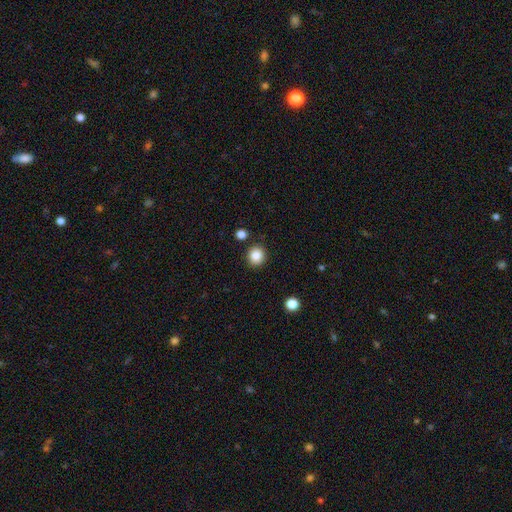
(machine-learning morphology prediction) smooth_or_featured: smooth (p=0.86) [alt: star or artifact p=0.10]
how_rounded: round (p=0.86) [alt: in between p=0.13]
merging: none (p=0.89) [alt: minor disturbance p=0.06]